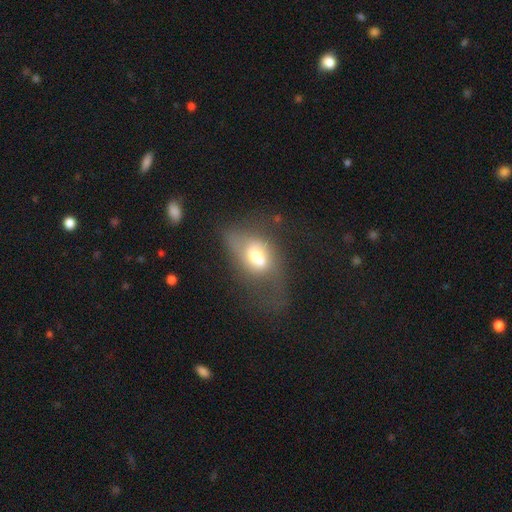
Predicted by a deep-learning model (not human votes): Smooth or featured: smooth — 50% (featured or disk — 40%)
Merging: major disturbance — 39% (none — 27%)